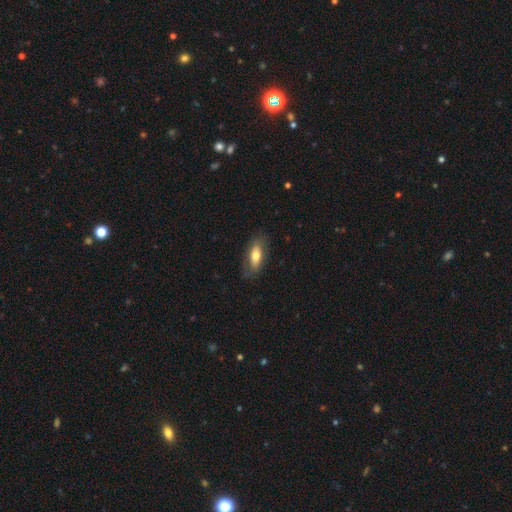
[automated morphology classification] A smooth galaxy with no disk features (67%) that is in between round and cigar-shaped (75%).

Vote fractions:
- Smooth or featured? smooth: 67% / featured or disk: 27% / star or artifact: 6%
- How rounded? in between: 75% / cigar-shaped: 22% / round: 3%
- Merging? none: 77% / minor disturbance: 17% / major disturbance: 5% / merger: 1%